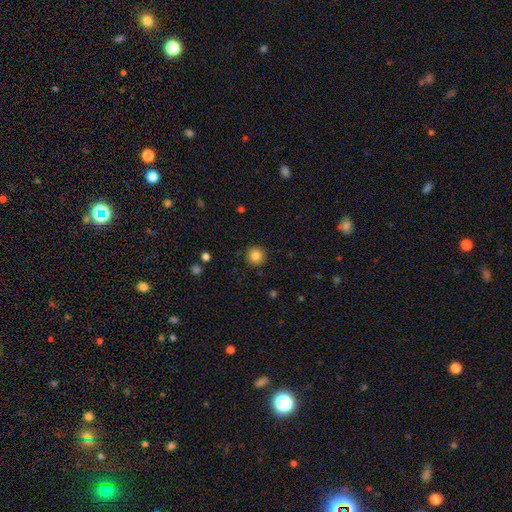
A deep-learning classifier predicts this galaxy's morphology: Smooth or featured? Predicted: smooth (p=0.84). How rounded? Predicted: round (p=0.95). Merging? Predicted: none (p=0.90).